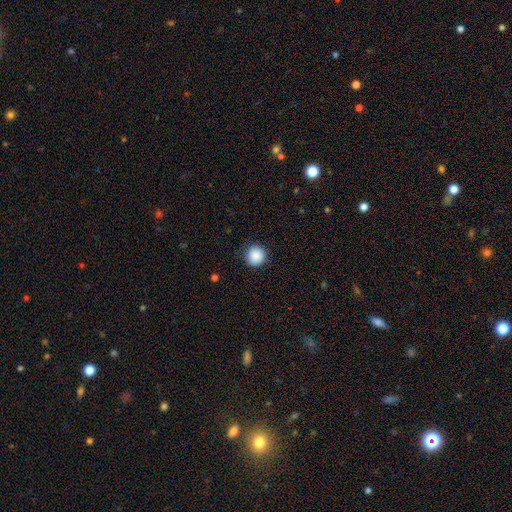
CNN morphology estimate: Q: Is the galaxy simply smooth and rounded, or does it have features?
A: smooth — 88%.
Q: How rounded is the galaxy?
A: round — 95%.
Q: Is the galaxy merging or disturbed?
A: none — 88%.